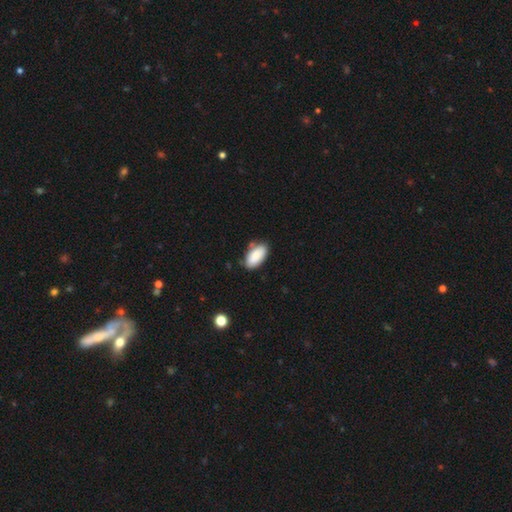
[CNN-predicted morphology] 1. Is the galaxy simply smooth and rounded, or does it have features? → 87% smooth, 7% featured or disk, 6% star or artifact.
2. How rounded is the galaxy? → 93% in between, 5% cigar-shaped, 2% round.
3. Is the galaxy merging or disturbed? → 75% none, 18% minor disturbance, 4% merger, 3% major disturbance.